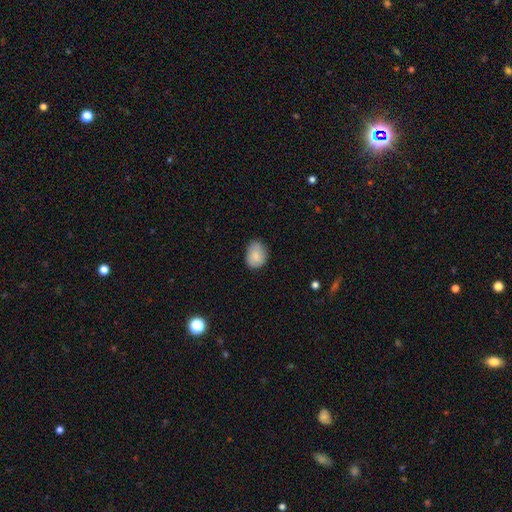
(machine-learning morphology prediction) type=smooth (83%); roundness=in between (55%); merging=none (71%).